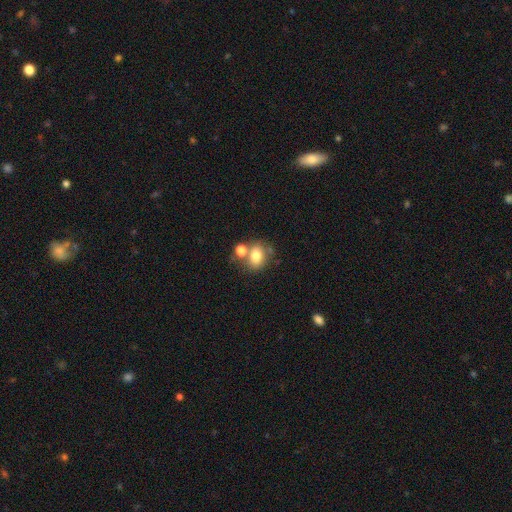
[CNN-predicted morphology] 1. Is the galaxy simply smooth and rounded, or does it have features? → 77% smooth, 12% featured or disk, 11% star or artifact.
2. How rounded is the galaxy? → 51% round, 48% in between, 1% cigar-shaped.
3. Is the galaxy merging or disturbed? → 51% none, 32% merger, 12% minor disturbance, 5% major disturbance.